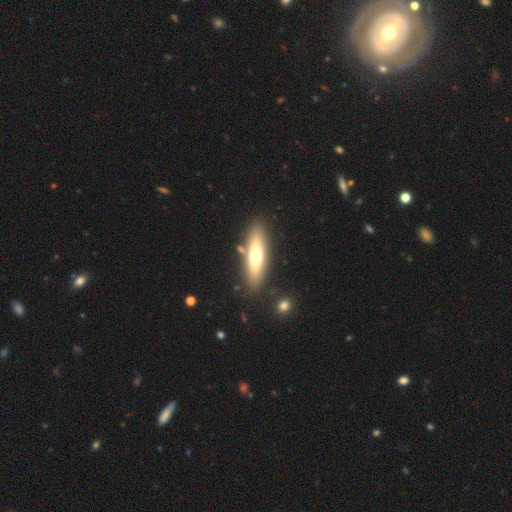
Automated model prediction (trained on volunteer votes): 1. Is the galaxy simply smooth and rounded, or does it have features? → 56% smooth, 38% featured or disk, 6% star or artifact.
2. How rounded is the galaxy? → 60% cigar-shaped, 38% in between, 2% round.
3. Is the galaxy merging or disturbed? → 82% none, 10% minor disturbance, 5% merger, 3% major disturbance.